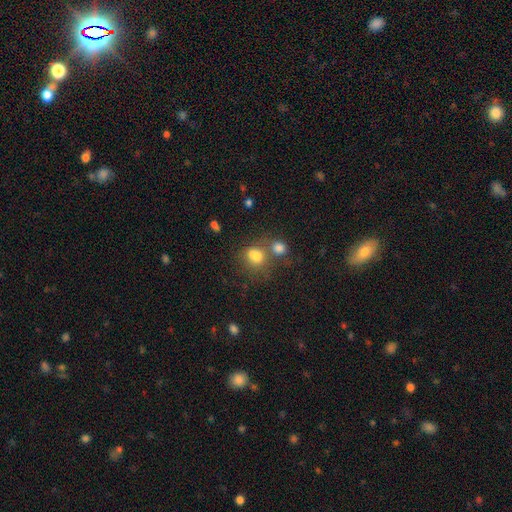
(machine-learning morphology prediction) This is likely a smooth galaxy (73%). How rounded: possibly round (57%). Merging: possibly merger (47%).